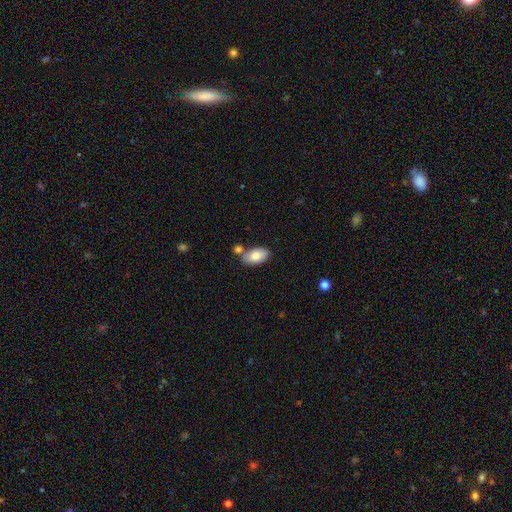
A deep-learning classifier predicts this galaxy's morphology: smooth 80%, featured or disk 13%, star or artifact 6%. Down the decision tree: how rounded — in between (95%); merging — none (69%).